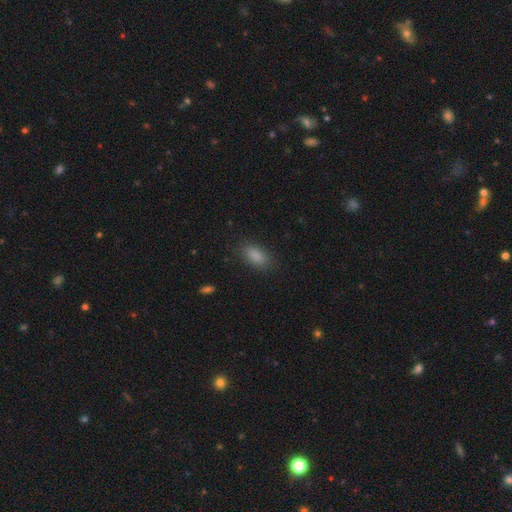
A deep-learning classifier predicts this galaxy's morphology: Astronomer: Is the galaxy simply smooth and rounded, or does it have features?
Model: smooth — 87%.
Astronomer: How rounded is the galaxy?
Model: in between — 88%.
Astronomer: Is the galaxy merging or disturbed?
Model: none — 85%.